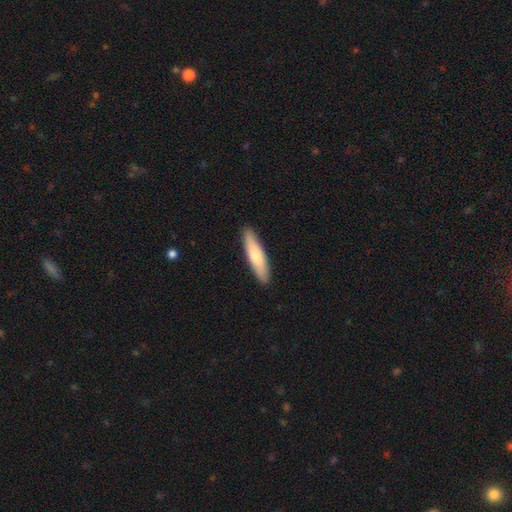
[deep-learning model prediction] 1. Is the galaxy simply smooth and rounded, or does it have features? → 73% smooth, 22% featured or disk, 5% star or artifact.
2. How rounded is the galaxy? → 79% cigar-shaped, 19% in between, 1% round.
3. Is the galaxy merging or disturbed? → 90% none, 8% minor disturbance, 1% major disturbance, 1% merger.